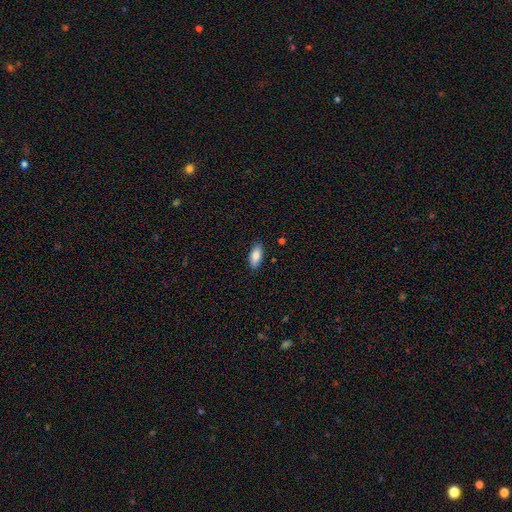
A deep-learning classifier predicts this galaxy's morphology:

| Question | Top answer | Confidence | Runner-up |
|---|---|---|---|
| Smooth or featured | smooth | 84% | featured or disk (9%) |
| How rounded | in between | 85% | cigar-shaped (13%) |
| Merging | none | 88% | minor disturbance (9%) |